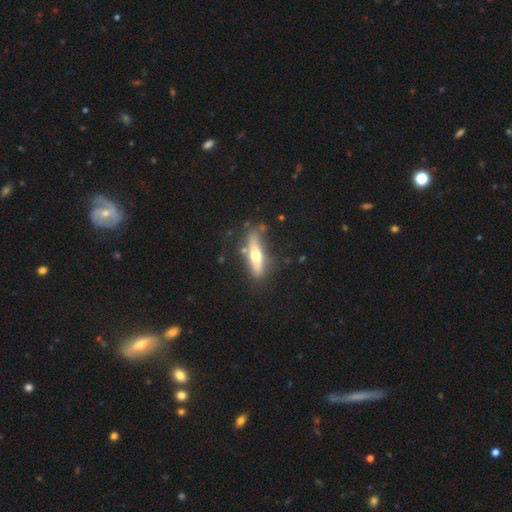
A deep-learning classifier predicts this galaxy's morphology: This appears to be a featured or disk galaxy (49%). Merging: none (74%).